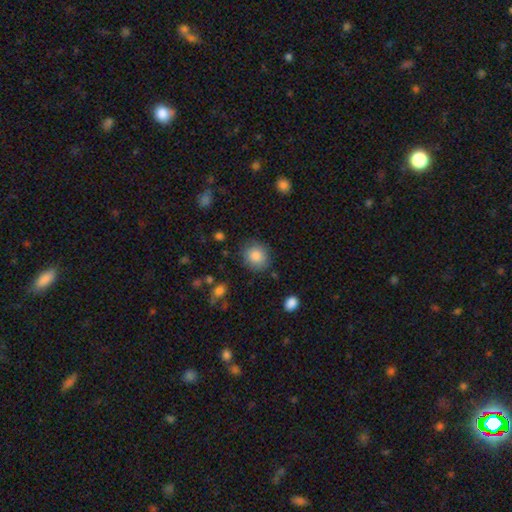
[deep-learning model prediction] Smooth or featured? smooth (86%)
How rounded? round (78%)
Merging? none (83%)